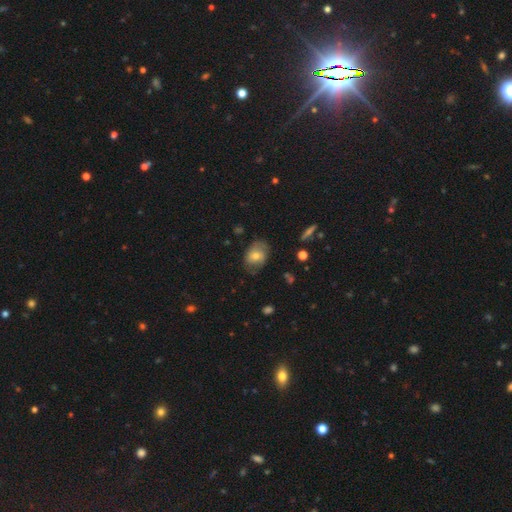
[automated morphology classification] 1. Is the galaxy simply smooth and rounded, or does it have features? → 63% smooth, 28% featured or disk, 9% star or artifact.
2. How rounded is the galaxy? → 69% in between, 30% round, 1% cigar-shaped.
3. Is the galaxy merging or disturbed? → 67% none, 24% minor disturbance, 7% major disturbance, 2% merger.